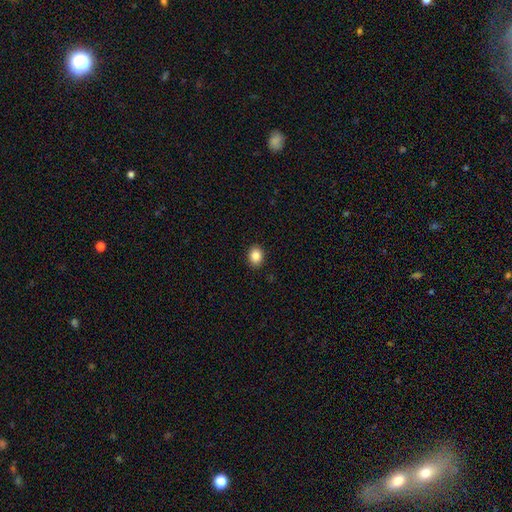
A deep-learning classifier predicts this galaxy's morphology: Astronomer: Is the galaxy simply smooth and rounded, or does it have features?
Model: smooth — 86%.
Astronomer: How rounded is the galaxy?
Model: in between — 53% (runner-up: round, 46%).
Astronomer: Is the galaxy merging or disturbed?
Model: none — 91%.